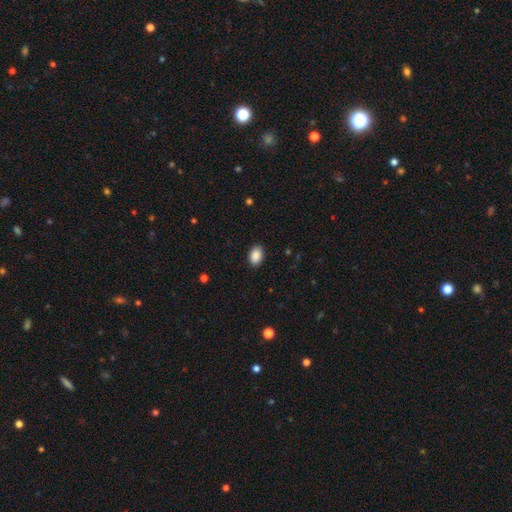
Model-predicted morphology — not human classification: A smooth galaxy with no disk features (90%) that is in between round and cigar-shaped (84%). Merging: none (88%).